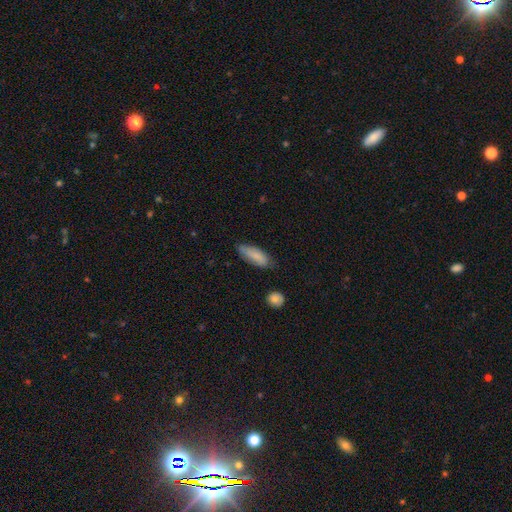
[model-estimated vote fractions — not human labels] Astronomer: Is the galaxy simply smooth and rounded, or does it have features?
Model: smooth — 83%.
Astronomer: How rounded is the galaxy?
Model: in between — 65%.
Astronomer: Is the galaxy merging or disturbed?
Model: none — 73%.